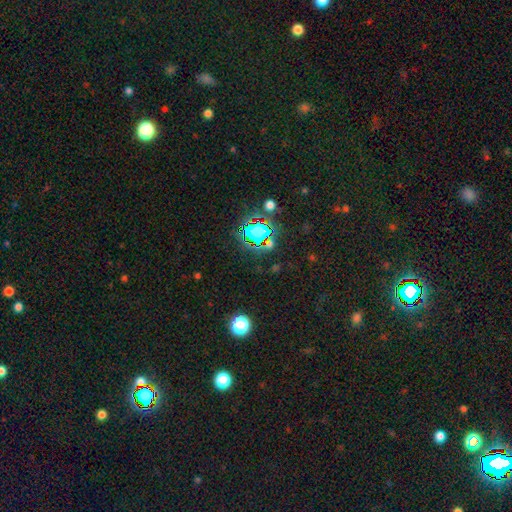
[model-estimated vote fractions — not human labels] Q: Smooth or featured?
A: star or artifact (77%); runner-up: smooth (15%)